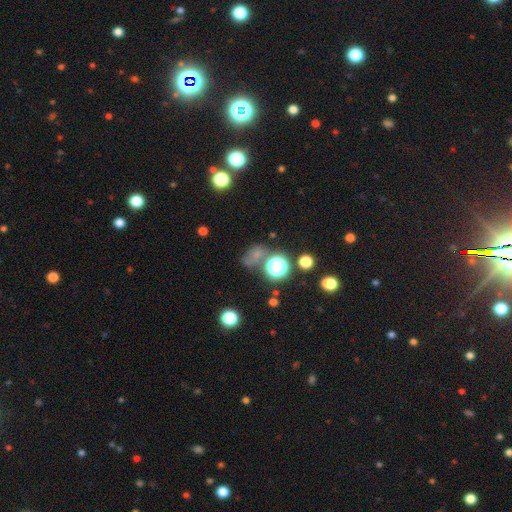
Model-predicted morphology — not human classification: Smooth or featured? smooth (53%)
How rounded? round (52%)
Merging? none (51%)